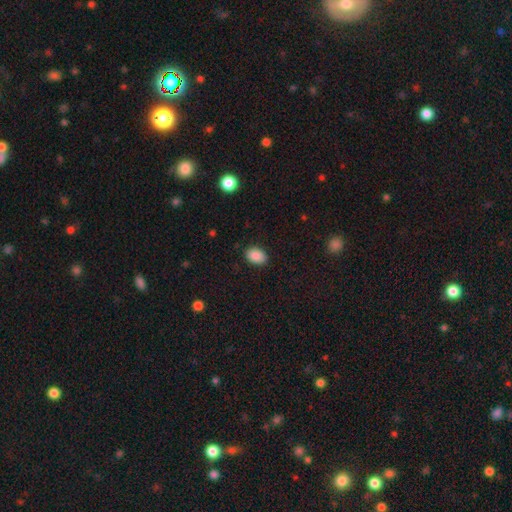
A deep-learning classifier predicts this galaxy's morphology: smooth-or-featured: smooth: 88% | star or artifact: 8% | featured or disk: 3%
  how-rounded: in between: 83% | round: 16% | cigar-shaped: 1%
  merging: none: 87% | minor disturbance: 10% | major disturbance: 2% | merger: 1%